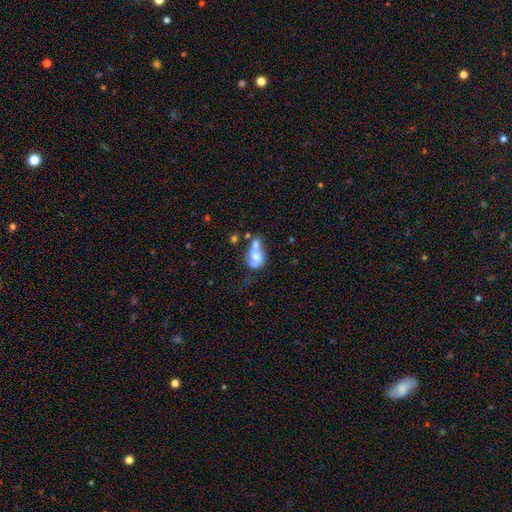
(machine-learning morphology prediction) Smooth or featured?
  - smooth: 55% *
  - featured or disk: 35%
  - star or artifact: 10%
How rounded?
  - in between: 73% *
  - round: 24%
  - cigar-shaped: 3%
Merging?
  - merger: 54% *
  - none: 17%
  - major disturbance: 15%
  - minor disturbance: 13%